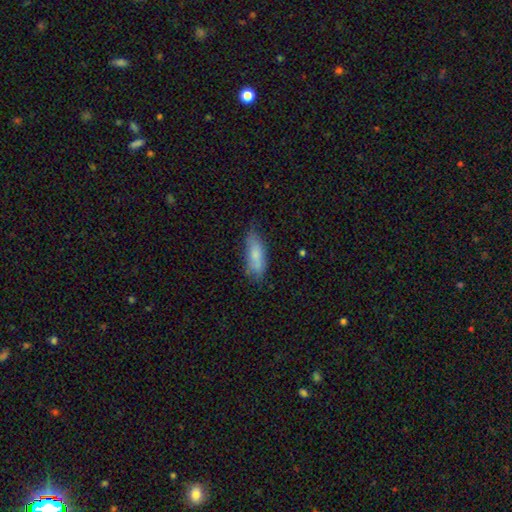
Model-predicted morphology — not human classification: Q: Smooth or featured?
A: smooth (77%); runner-up: featured or disk (17%)
Q: How rounded?
A: in between (66%); runner-up: cigar-shaped (32%)
Q: Merging?
A: none (65%); runner-up: minor disturbance (27%)